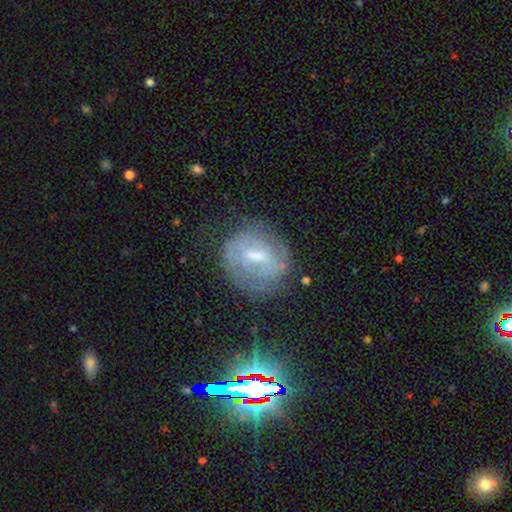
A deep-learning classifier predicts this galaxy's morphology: smooth_or_featured: featured or disk (p=0.63) [alt: smooth p=0.25]
disk_edge_on: no (p=0.95) [alt: yes p=0.05]
bar: weak (p=0.53) [alt: strong p=0.29]
has_spiral_arms: yes (p=0.72) [alt: no p=0.28]
bulge_size: moderate (p=0.46) [alt: small p=0.38]
merging: none (p=0.66) [alt: minor disturbance p=0.21]